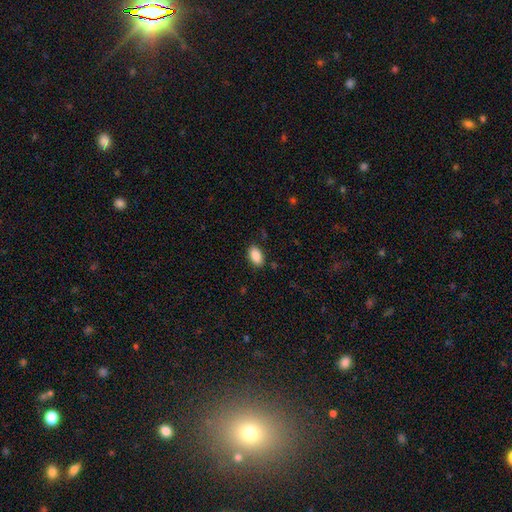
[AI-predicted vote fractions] Smooth or featured? Predicted: smooth (p=0.89). How rounded? Predicted: in between (p=0.93). Merging? Predicted: none (p=0.87).